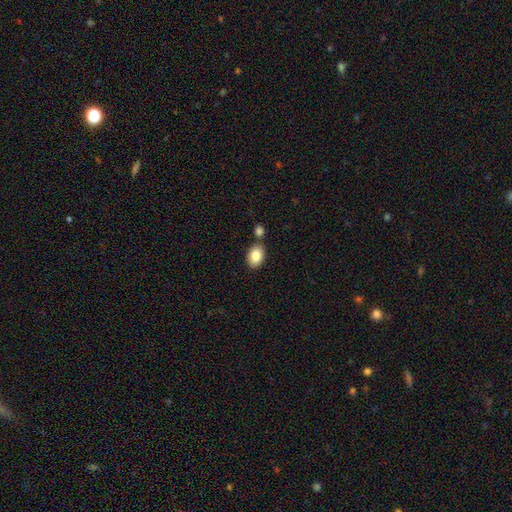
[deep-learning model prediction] smooth-or-featured: smooth: 84% | featured or disk: 9% | star or artifact: 8%
  how-rounded: in between: 79% | round: 20% | cigar-shaped: 1%
  merging: none: 74% | merger: 13% | minor disturbance: 10% | major disturbance: 2%